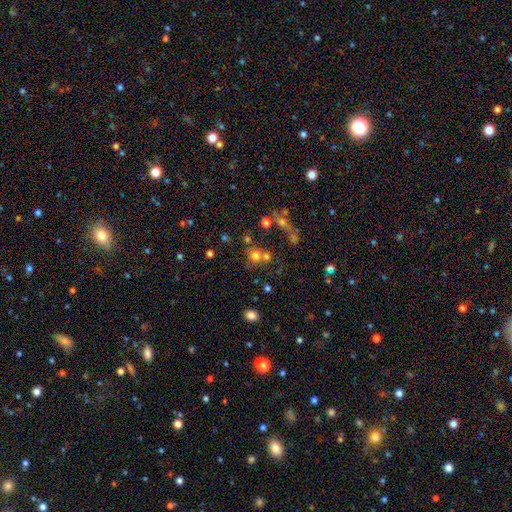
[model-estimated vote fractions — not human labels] A smooth galaxy with no disk features (68%) that is round (86%). Merging: none (49%).